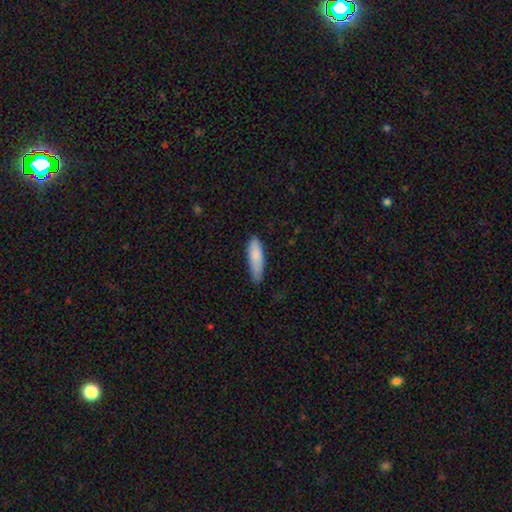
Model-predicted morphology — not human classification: Q: Smooth or featured?
A: smooth (84%); runner-up: featured or disk (10%)
Q: How rounded?
A: cigar-shaped (58%); runner-up: in between (40%)
Q: Merging?
A: none (67%); runner-up: minor disturbance (27%)